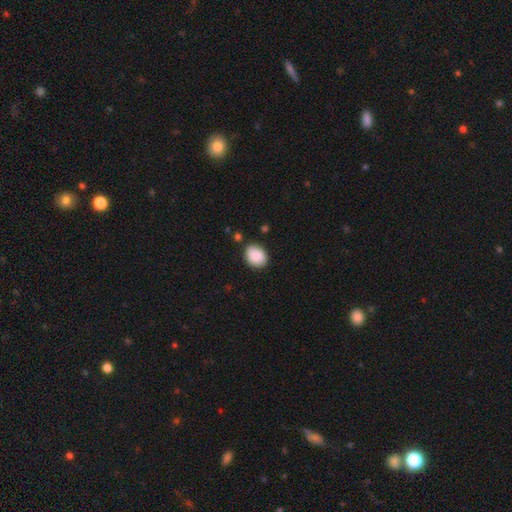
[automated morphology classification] smooth-or-featured: smooth: 88% | star or artifact: 7% | featured or disk: 5%
  how-rounded: in between: 53% | round: 46% | cigar-shaped: 1%
  merging: none: 78% | minor disturbance: 16% | major disturbance: 3% | merger: 3%